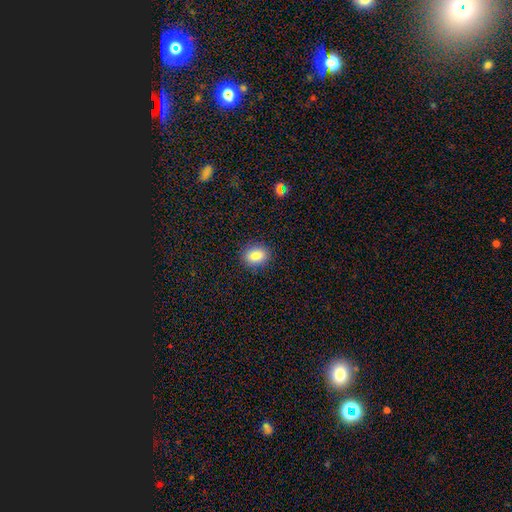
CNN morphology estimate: Smooth or featured?
  - smooth: 87% *
  - star or artifact: 9%
  - featured or disk: 5%
How rounded?
  - in between: 58% *
  - round: 40%
  - cigar-shaped: 1%
Merging?
  - none: 88% *
  - minor disturbance: 8%
  - major disturbance: 3%
  - merger: 1%